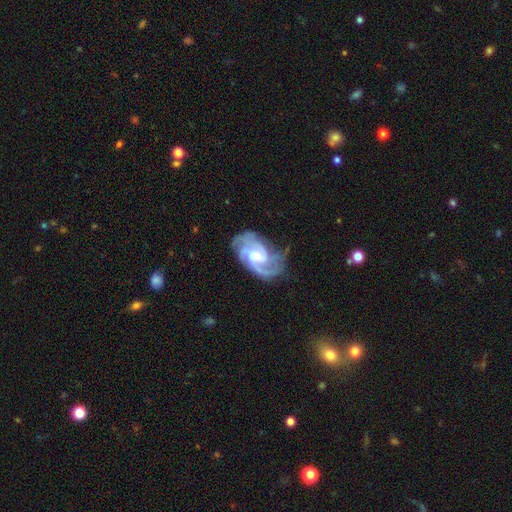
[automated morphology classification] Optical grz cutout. It shows a featured or disk galaxy (89%) with a weak bar (49%), 3 (33%) medium (48%) spiral arms (98%) and a moderate central bulge (40%). Merging: none (64%).